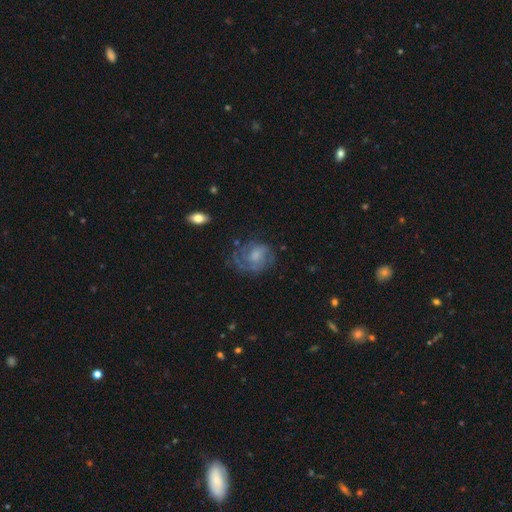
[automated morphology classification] Overall: featured or disk (68%). Edge-on disk: no (98%). Bar: no (63%; weak 32%). Spiral arms: yes (87%). Spiral arm count: 2 (35%; can't tell 31%). Spiral winding: tight (46%; medium 39%). Bulge size: moderate (38%; small 24%). Merging: none (59%; minor disturbance 22%).